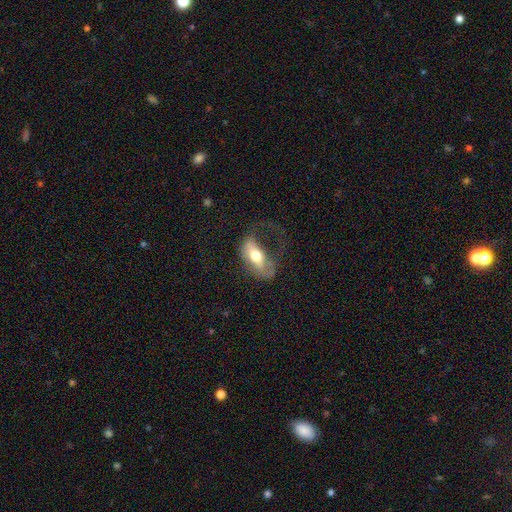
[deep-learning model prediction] Smooth or featured? Predicted: smooth (p=0.51). How rounded? Predicted: in between (p=0.81). Merging? Predicted: major disturbance (p=0.50).